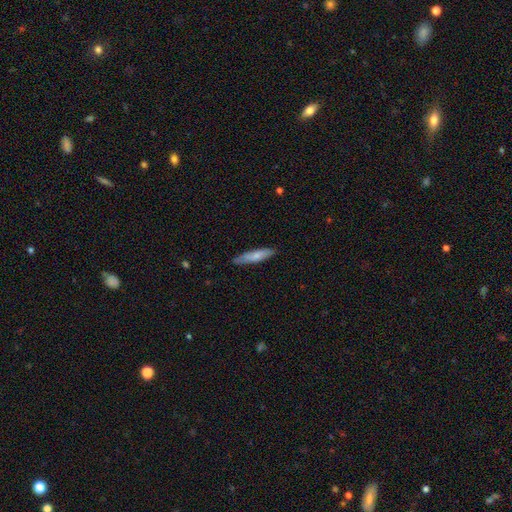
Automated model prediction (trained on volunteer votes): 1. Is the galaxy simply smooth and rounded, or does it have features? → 70% smooth, 25% featured or disk, 5% star or artifact.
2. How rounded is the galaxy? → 81% cigar-shaped, 17% in between, 1% round.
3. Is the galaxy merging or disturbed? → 82% none, 15% minor disturbance, 2% major disturbance, 1% merger.